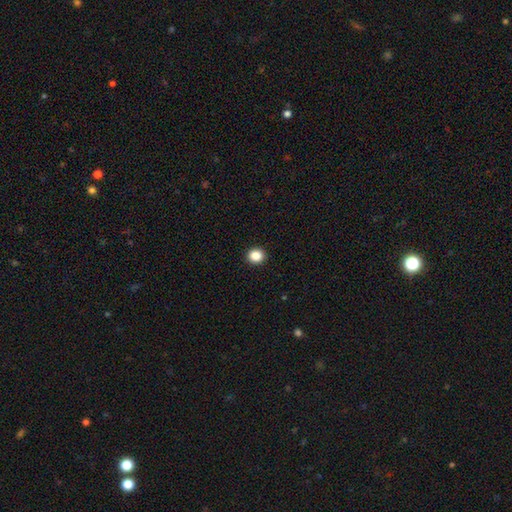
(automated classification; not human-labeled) This appears to be a smooth galaxy with no disk features (87%) that is round (83%). Merging: none (93%).